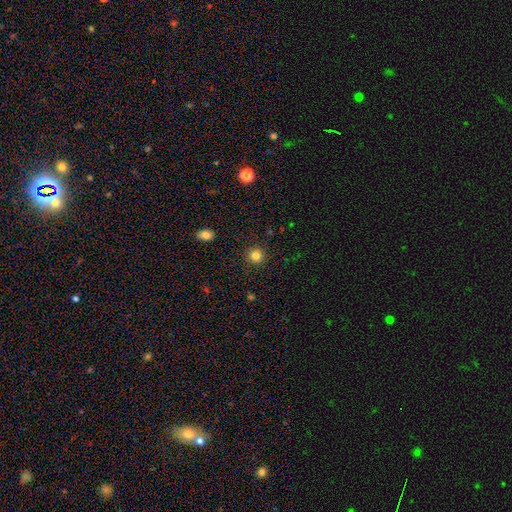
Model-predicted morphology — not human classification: The model was most divided on "smooth or featured": smooth: 83%, star or artifact: 12%, featured or disk: 5%. More confident: how rounded — round (93%); merging — none (91%).